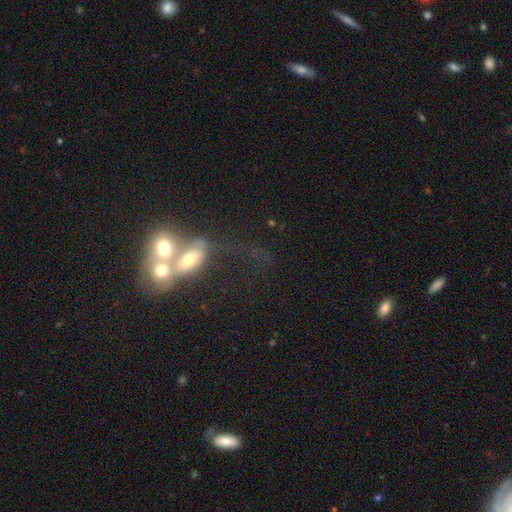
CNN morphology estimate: smooth_or_featured: featured or disk (p=0.44) [alt: smooth p=0.37]
merging: merger (p=0.70) [alt: none p=0.12]